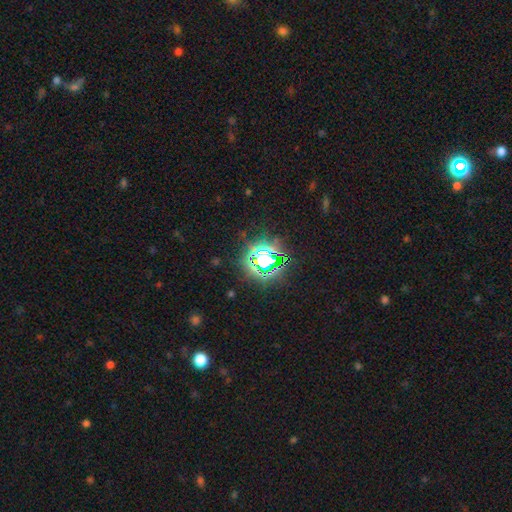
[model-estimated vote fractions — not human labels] Smooth or featured? Predicted: star or artifact (p=0.79).